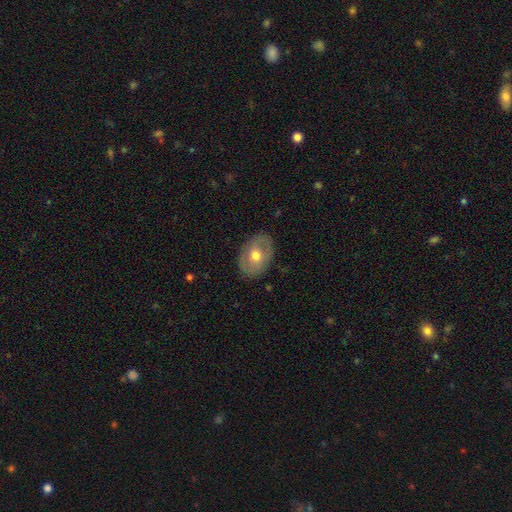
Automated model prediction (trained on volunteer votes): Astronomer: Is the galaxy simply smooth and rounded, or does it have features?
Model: smooth — 53% (runner-up: featured or disk, 41%).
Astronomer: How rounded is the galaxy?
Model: in between — 73%.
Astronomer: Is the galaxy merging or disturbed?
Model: none — 84%.